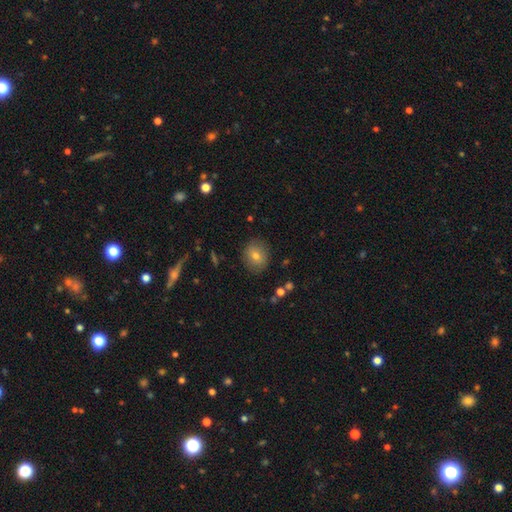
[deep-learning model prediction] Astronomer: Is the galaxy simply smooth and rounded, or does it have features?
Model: smooth — 70%.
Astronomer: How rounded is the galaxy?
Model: round — 69%.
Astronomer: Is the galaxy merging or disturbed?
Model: none — 87%.